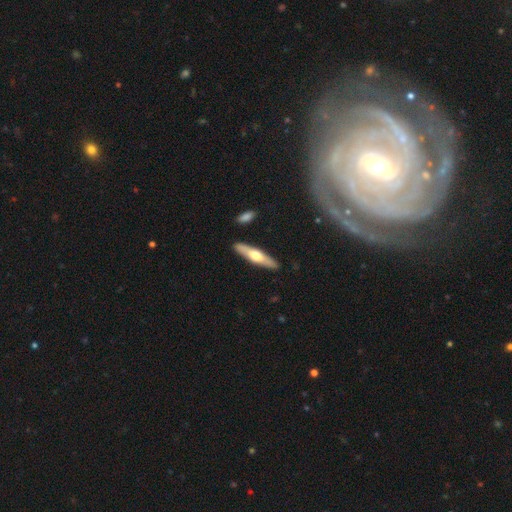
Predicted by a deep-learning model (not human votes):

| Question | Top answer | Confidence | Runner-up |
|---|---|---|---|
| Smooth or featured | featured or disk | 48% | smooth (47%) |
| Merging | none | 88% | minor disturbance (8%) |